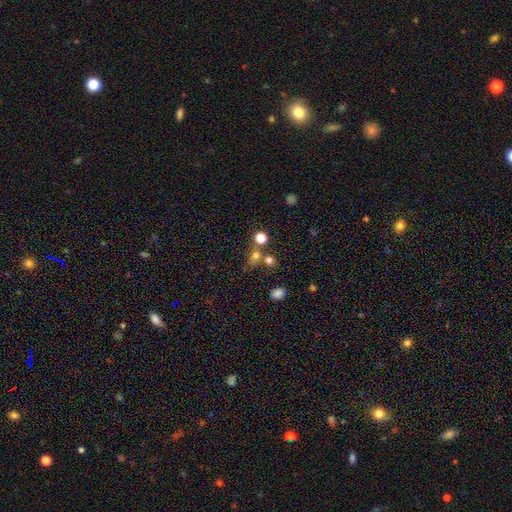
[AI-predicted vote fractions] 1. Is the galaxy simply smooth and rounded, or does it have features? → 70% smooth, 20% star or artifact, 10% featured or disk.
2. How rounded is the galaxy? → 71% round, 27% in between, 2% cigar-shaped.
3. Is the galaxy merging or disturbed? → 57% none, 27% merger, 10% minor disturbance, 5% major disturbance.